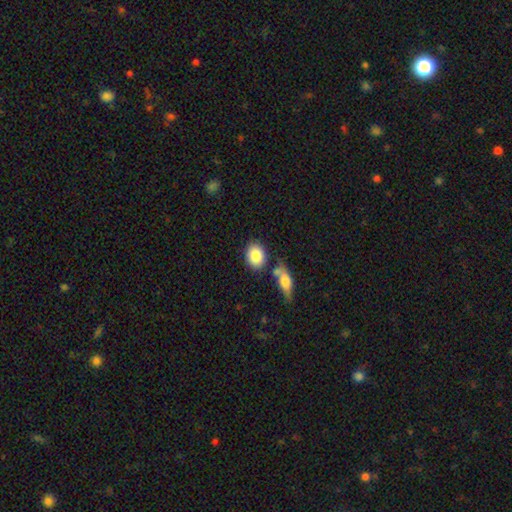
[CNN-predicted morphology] Smooth or featured?
  - smooth: 85% *
  - featured or disk: 8%
  - star or artifact: 7%
How rounded?
  - in between: 53% *
  - round: 45%
  - cigar-shaped: 2%
Merging?
  - none: 69% *
  - merger: 15%
  - minor disturbance: 12%
  - major disturbance: 4%